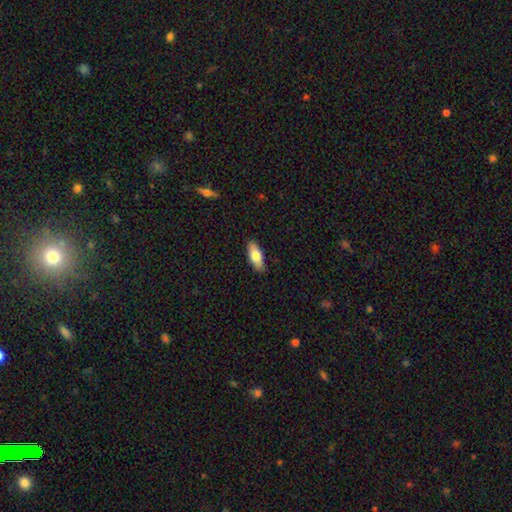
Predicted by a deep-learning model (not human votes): Smooth or featured?
  - smooth: 72% *
  - featured or disk: 22%
  - star or artifact: 6%
How rounded?
  - in between: 73% *
  - cigar-shaped: 25%
  - round: 2%
Merging?
  - none: 89% *
  - minor disturbance: 9%
  - major disturbance: 2%
  - merger: 1%